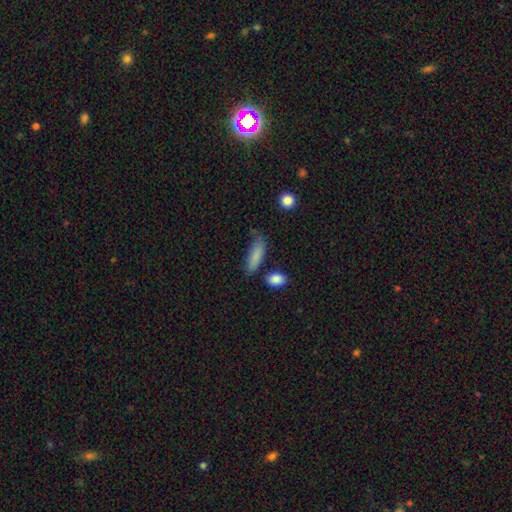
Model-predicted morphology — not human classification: Overall: smooth (83%). How rounded: in between (66%; cigar-shaped 31%). Merging: none (53%; minor disturbance 29%).